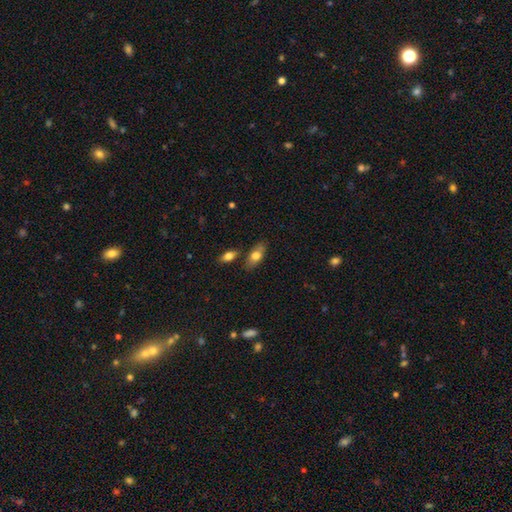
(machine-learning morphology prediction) This appears to be a smooth galaxy with no disk features (73%) that is in between round and cigar-shaped (84%). Merging: none (74%).